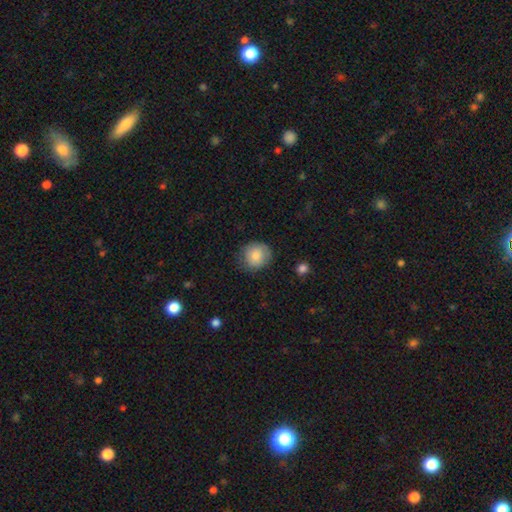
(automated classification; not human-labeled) Morphology: type=smooth (84%); roundness=round (88%); merging=none (79%).